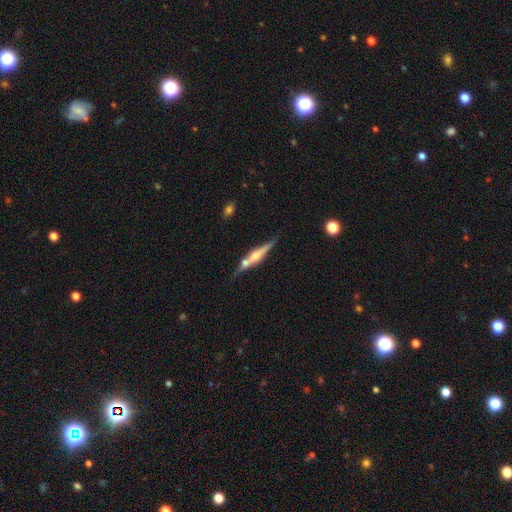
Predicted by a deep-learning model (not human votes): A featured or disk galaxy (71%) viewed edge-on (96%) with a rounded central bulge (77%). Merging: none (69%).